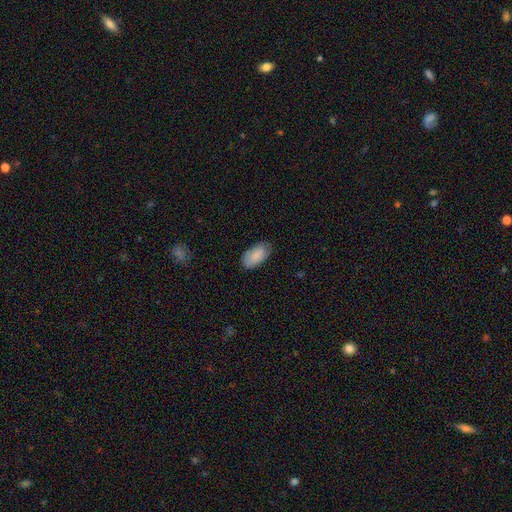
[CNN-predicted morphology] Q: Smooth or featured?
A: smooth (87%); runner-up: featured or disk (7%)
Q: How rounded?
A: in between (95%); runner-up: round (3%)
Q: Merging?
A: none (77%); runner-up: minor disturbance (19%)